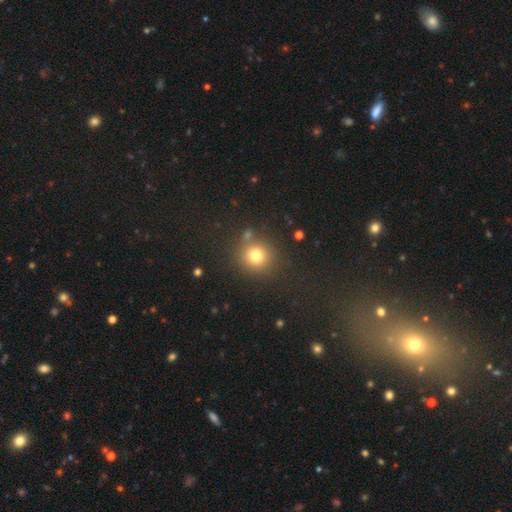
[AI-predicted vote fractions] A smooth galaxy with no disk features (78%) that is round (89%). Merging: none (78%).